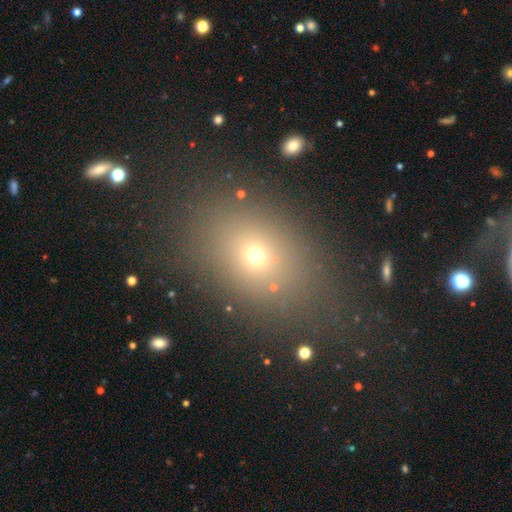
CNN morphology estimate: Q: Smooth or featured?
A: smooth (63%); runner-up: star or artifact (25%)
Q: How rounded?
A: in between (61%); runner-up: round (37%)
Q: Merging?
A: none (79%); runner-up: minor disturbance (11%)